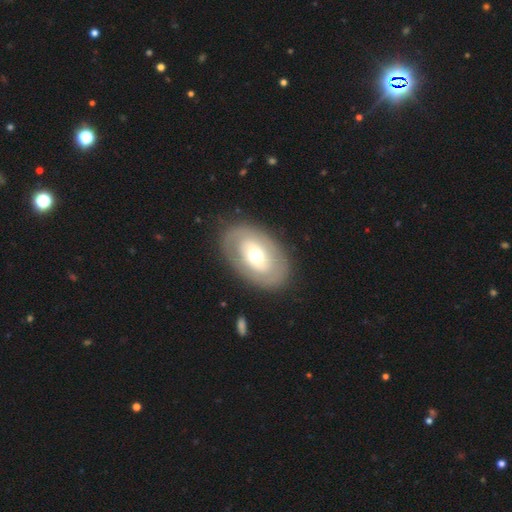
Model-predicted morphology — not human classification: A featured or disk galaxy (53%).

Vote fractions:
- Smooth or featured? featured or disk: 53% / smooth: 41% / star or artifact: 6%
- Edge-on disk? no: 91% / yes: 9%
- Merging? none: 84% / minor disturbance: 10% / major disturbance: 5% / merger: 1%